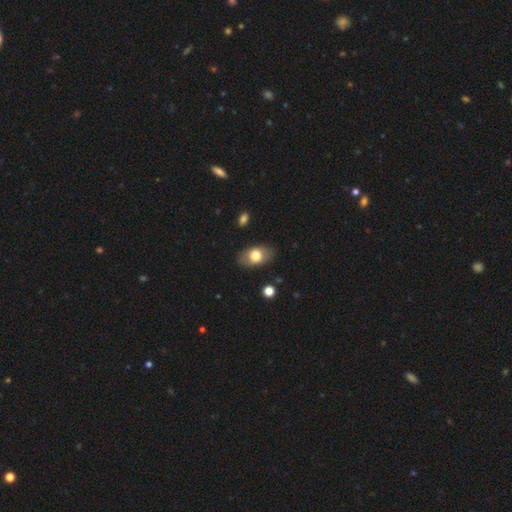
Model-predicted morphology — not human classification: This is likely a smooth galaxy (73%). How rounded: clearly in between (88%). Merging: clearly none (84%).